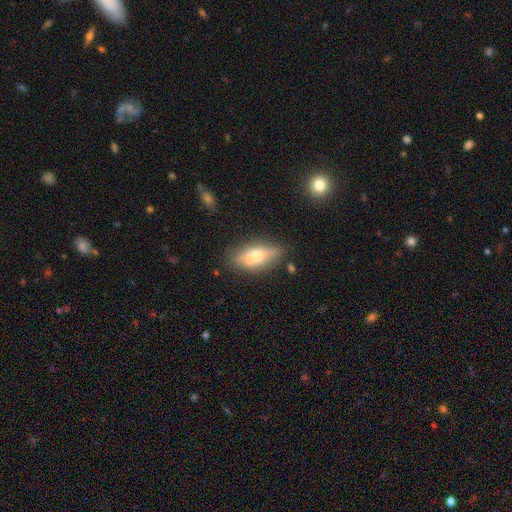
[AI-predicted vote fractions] This is possibly a featured or disk galaxy (46%, tied with smooth). Merging: likely none (70%).